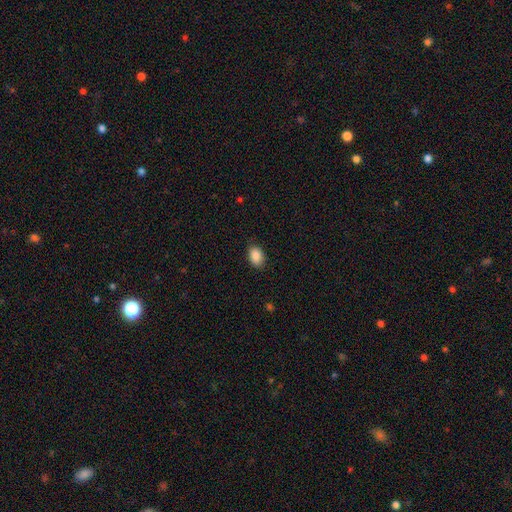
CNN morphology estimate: This appears to be a smooth galaxy with no disk features (89%) that is in between round and cigar-shaped (87%). Merging: none (82%).